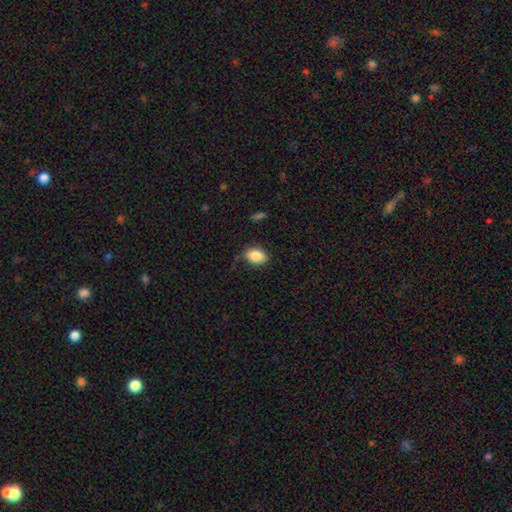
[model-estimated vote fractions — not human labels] This is clearly a smooth galaxy (86%). How rounded: clearly in between (85%). Merging: likely none (79%).